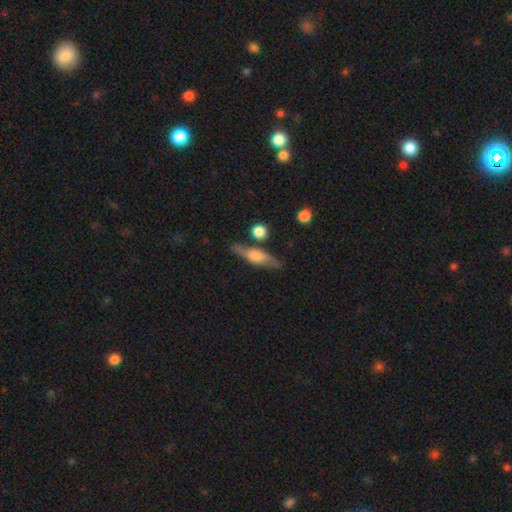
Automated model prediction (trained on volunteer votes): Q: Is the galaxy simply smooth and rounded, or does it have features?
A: featured or disk — 53%.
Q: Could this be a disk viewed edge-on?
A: yes — 86%.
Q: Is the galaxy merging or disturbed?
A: none — 74%.